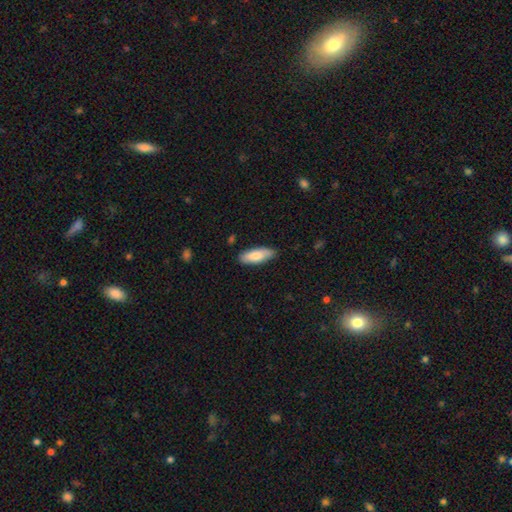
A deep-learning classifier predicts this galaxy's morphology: The model was most divided on "how rounded": in between: 69%, cigar-shaped: 30%, round: 2%. More confident: merging — none (85%); smooth or featured — smooth (81%).